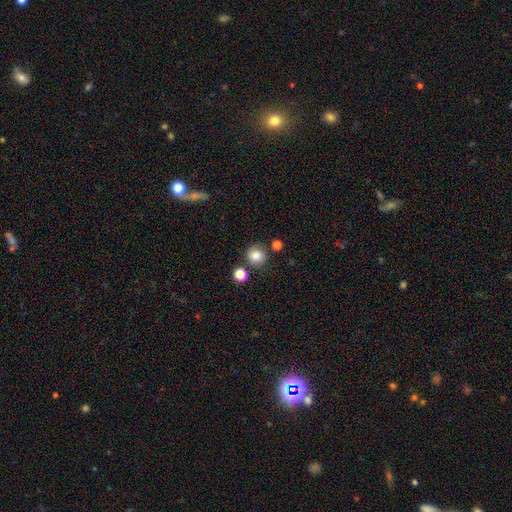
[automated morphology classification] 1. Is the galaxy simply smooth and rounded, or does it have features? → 83% smooth, 11% star or artifact, 6% featured or disk.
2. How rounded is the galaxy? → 90% round, 9% in between, 1% cigar-shaped.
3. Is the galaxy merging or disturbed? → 76% none, 12% minor disturbance, 8% merger, 4% major disturbance.